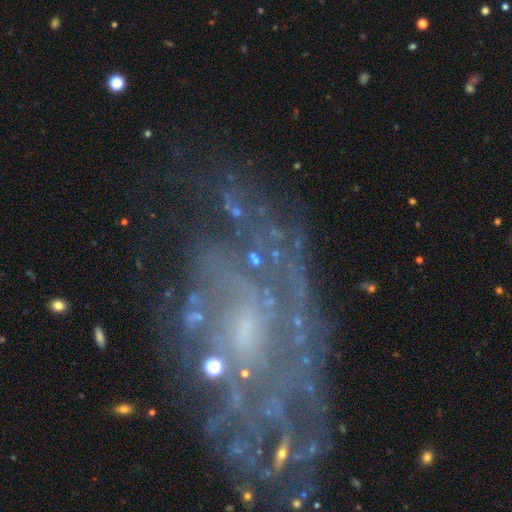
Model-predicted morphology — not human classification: featured or disk 79%, star or artifact 10%, smooth 10%. Down the decision tree: edge-on disk — no (95%); bar — no (58%); spiral arms — yes (79%); spiral arm count — can't tell (50%); spiral winding — tight (48%); bulge size — small (52%); merging — none (57%).